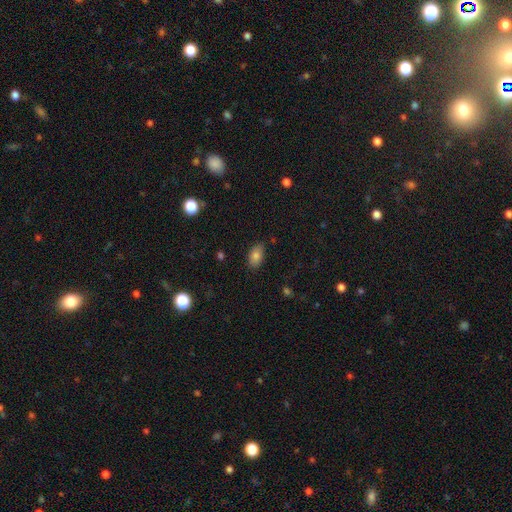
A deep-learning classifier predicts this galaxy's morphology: Smooth or featured? Predicted: smooth (p=0.81). How rounded? Predicted: in between (p=0.91). Merging? Predicted: none (p=0.81).